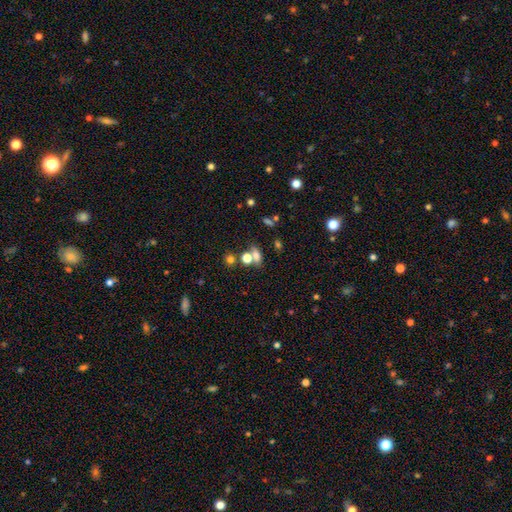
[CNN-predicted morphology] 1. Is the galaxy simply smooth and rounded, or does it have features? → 66% smooth, 20% star or artifact, 14% featured or disk.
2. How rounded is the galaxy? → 63% in between, 31% round, 7% cigar-shaped.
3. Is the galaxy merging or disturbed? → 51% none, 32% merger, 11% minor disturbance, 6% major disturbance.